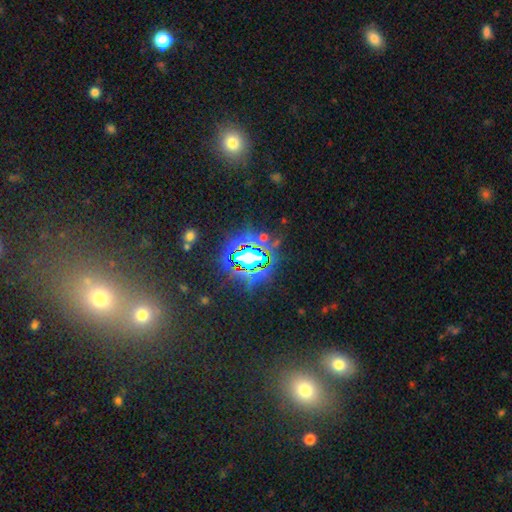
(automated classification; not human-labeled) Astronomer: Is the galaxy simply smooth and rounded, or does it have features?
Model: star or artifact — 75%.